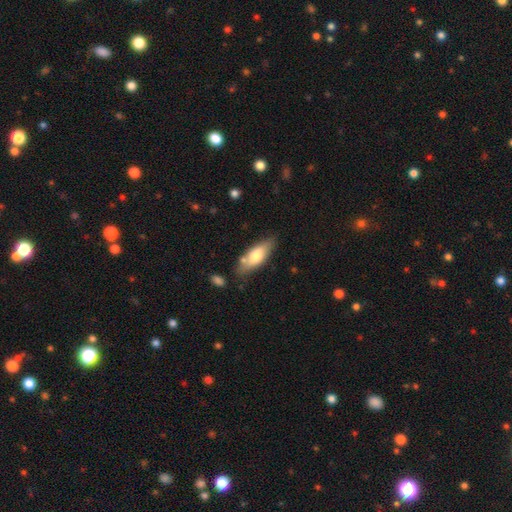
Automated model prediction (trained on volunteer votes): smooth-or-featured: smooth: 69% | featured or disk: 25% | star or artifact: 6%
  how-rounded: in between: 68% | cigar-shaped: 30% | round: 2%
  merging: none: 72% | minor disturbance: 17% | merger: 7% | major disturbance: 4%